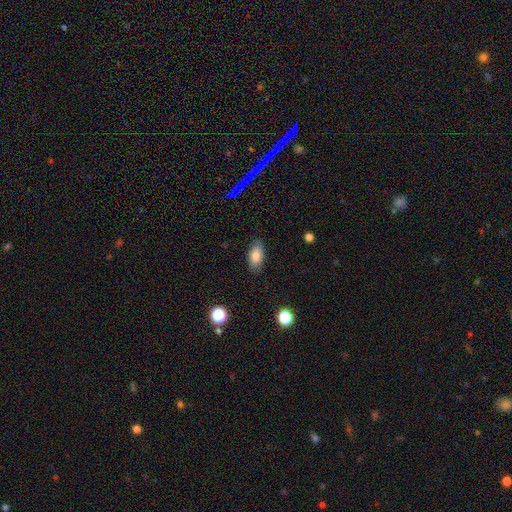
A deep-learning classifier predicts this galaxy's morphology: smooth 84%, featured or disk 8%, star or artifact 8%. Down the decision tree: how rounded — in between (90%); merging — none (85%).